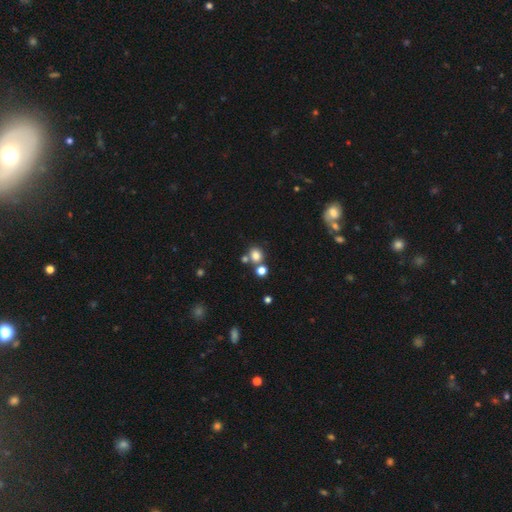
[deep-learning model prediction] smooth_or_featured: smooth (p=0.78) [alt: star or artifact p=0.15]
how_rounded: round (p=0.73) [alt: in between p=0.26]
merging: none (p=0.65) [alt: merger p=0.21]